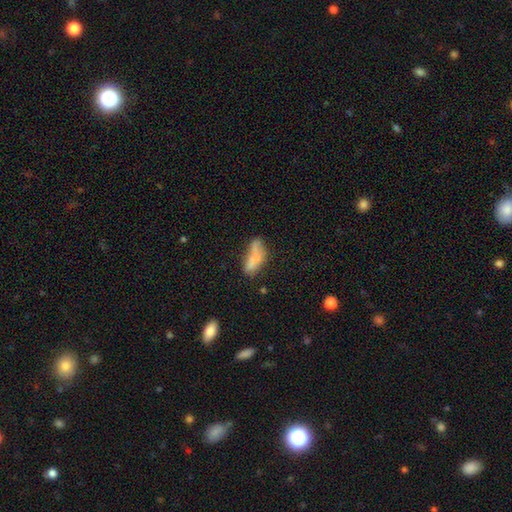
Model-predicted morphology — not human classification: type=smooth (64%); roundness=in between (69%); merging=none (34%).